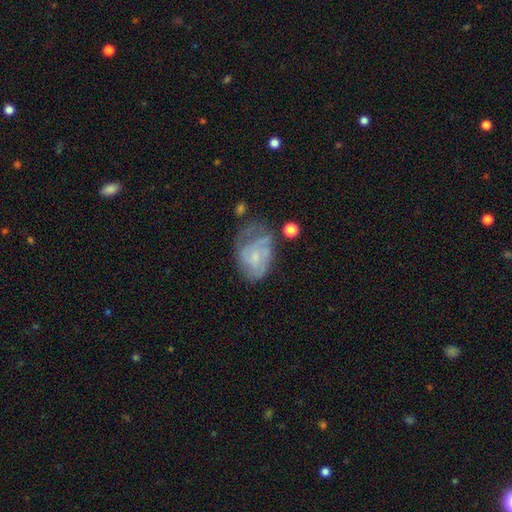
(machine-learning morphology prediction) featured or disk 58%, smooth 33%, star or artifact 9%. Down the decision tree: edge-on disk — no (97%); bar — no (71%); spiral arms — yes (65%); bulge size — small (55%); merging — major disturbance (35%).